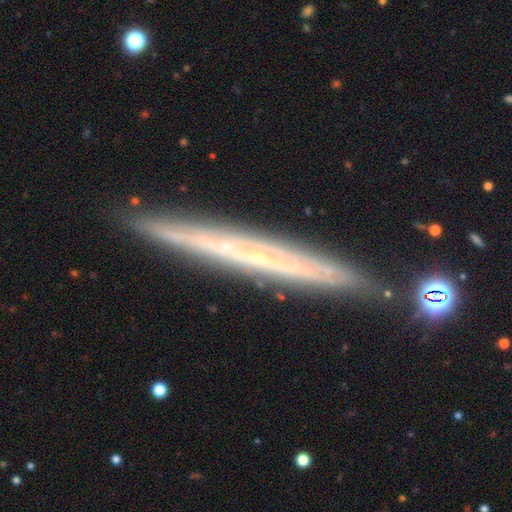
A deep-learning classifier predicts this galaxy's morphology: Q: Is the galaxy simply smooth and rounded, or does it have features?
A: featured or disk — 73%.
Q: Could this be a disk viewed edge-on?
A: yes — 92%.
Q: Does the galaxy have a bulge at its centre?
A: none — 76%.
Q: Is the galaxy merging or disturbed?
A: none — 88%.